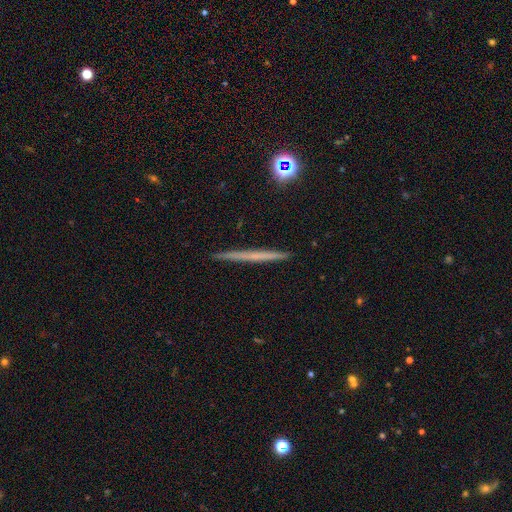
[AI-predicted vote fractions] This is possibly a featured or disk galaxy (51%). It is clearly viewed edge-on (97%). Merging: clearly none (92%).